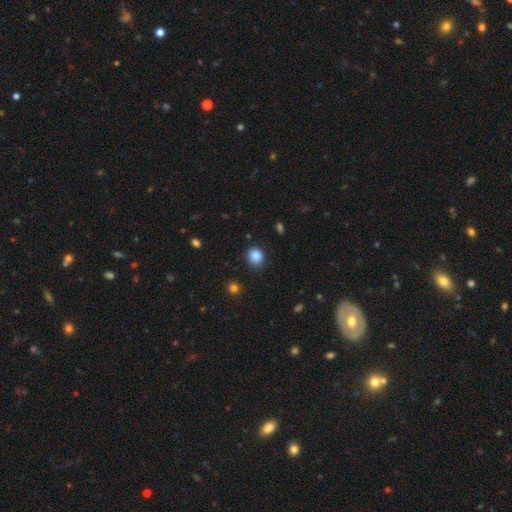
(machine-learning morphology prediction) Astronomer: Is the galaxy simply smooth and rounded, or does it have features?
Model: smooth — 86%.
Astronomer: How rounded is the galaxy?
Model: round — 77%.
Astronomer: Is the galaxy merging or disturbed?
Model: none — 86%.